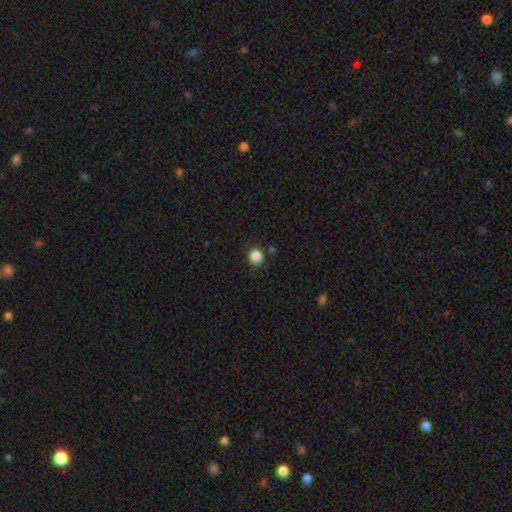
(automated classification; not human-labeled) A smooth galaxy with no disk features (86%) that is round (92%).

Vote fractions:
- Smooth or featured? smooth: 86% / star or artifact: 11% / featured or disk: 3%
- How rounded? round: 92% / in between: 7% / cigar-shaped: 1%
- Merging? none: 89% / minor disturbance: 6% / merger: 3% / major disturbance: 2%